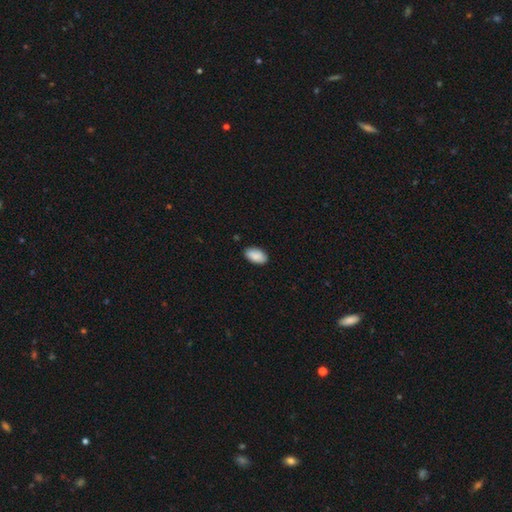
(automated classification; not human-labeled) This appears to be a smooth galaxy with no disk features (90%) that is in between round and cigar-shaped (95%). Merging: none (87%).